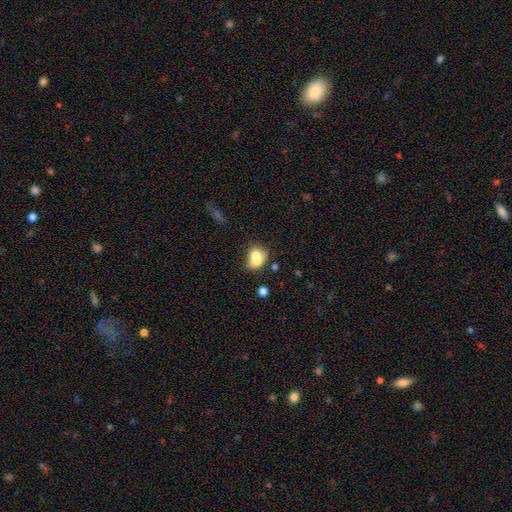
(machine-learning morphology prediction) smooth_or_featured: smooth (p=0.70) [alt: featured or disk p=0.20]
how_rounded: in between (p=0.54) [alt: round p=0.45]
merging: merger (p=0.42) [alt: none p=0.35]